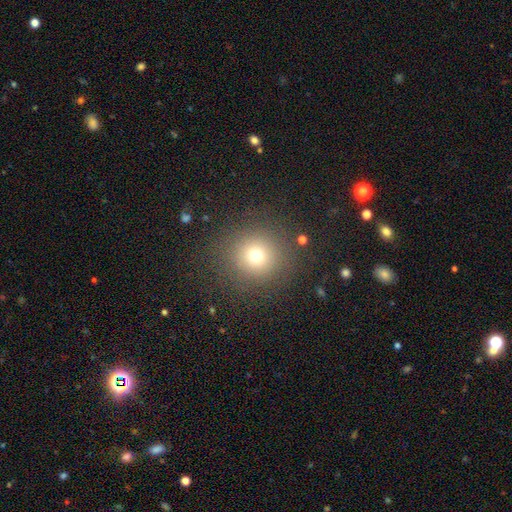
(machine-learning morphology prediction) smooth-or-featured: smooth: 71% | star or artifact: 19% | featured or disk: 10%
  how-rounded: round: 94% | in between: 5% | cigar-shaped: 1%
  merging: none: 86% | minor disturbance: 7% | major disturbance: 5% | merger: 2%